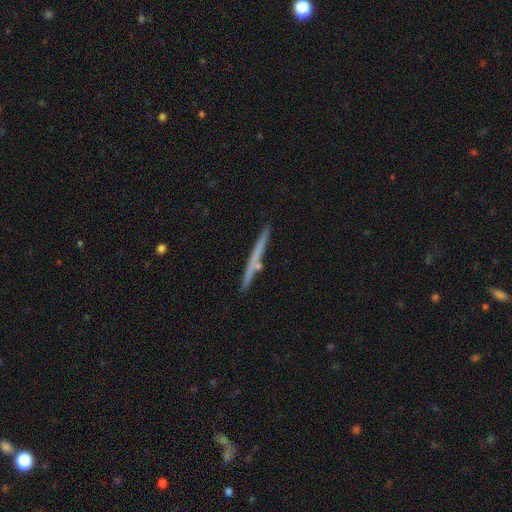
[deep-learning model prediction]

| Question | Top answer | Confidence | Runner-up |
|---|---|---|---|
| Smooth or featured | featured or disk | 49% | smooth (44%) |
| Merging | none | 86% | minor disturbance (9%) |